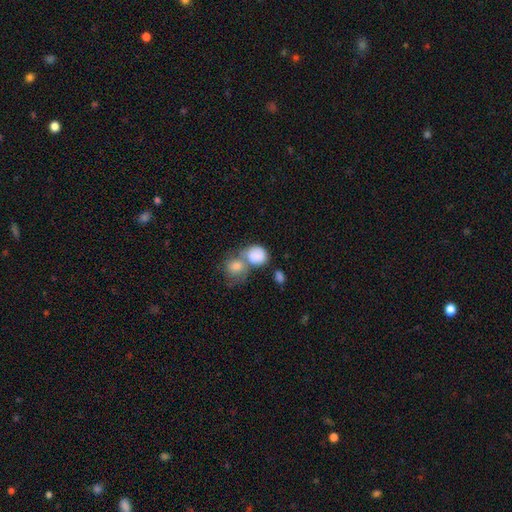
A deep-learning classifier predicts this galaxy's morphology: type=smooth (80%); roundness=round (62%); merging=merger (58%).